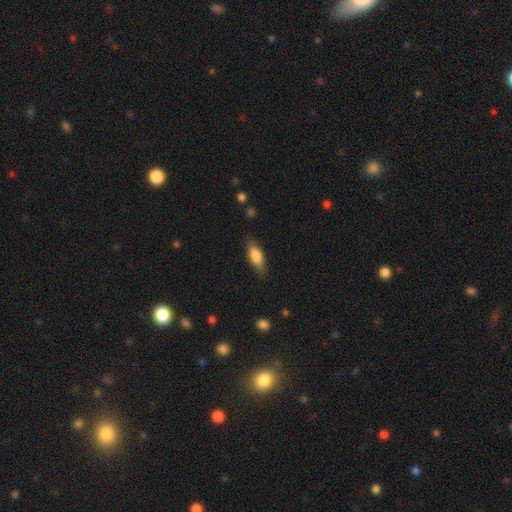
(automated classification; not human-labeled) A smooth galaxy with no disk features (78%) that is in between round and cigar-shaped (69%). Merging: none (79%).